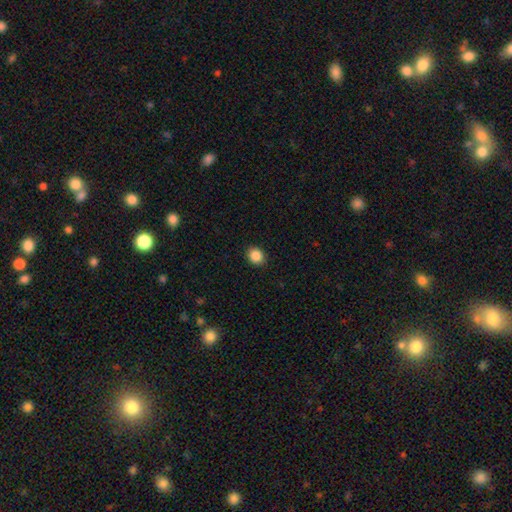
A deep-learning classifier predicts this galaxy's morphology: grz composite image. It shows a smooth galaxy with no disk features (87%) that is round (67%). Merging: none (90%).